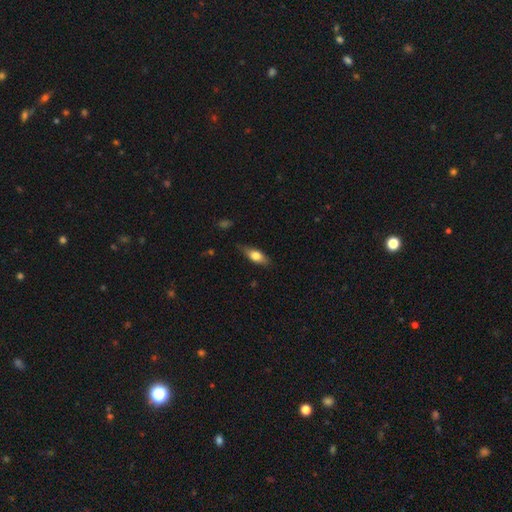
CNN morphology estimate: smooth 66%, featured or disk 27%, star or artifact 7%. Down the decision tree: how rounded — in between (72%); merging — none (75%).